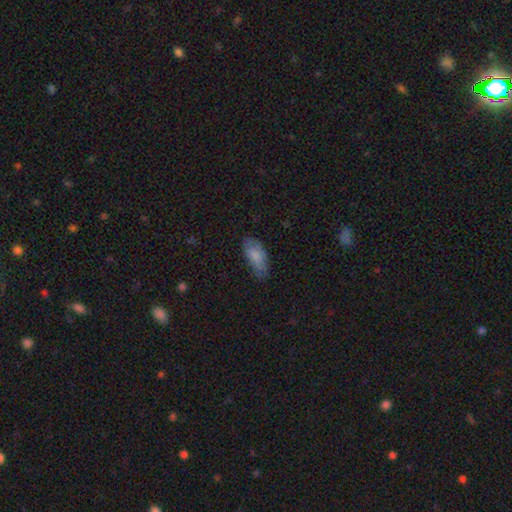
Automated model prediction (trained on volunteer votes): This appears to be a smooth galaxy with no disk features (78%) that is in between round and cigar-shaped (86%). Merging: none (60%).